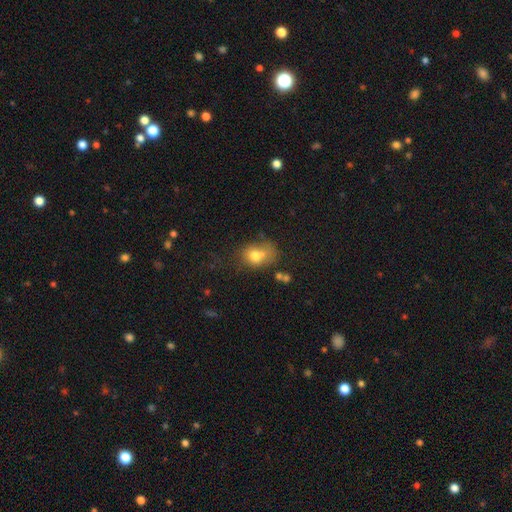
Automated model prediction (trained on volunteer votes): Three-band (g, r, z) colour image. It shows a smooth galaxy with no disk features (70%) that is in between round and cigar-shaped (55%). Merging: merger (33%).